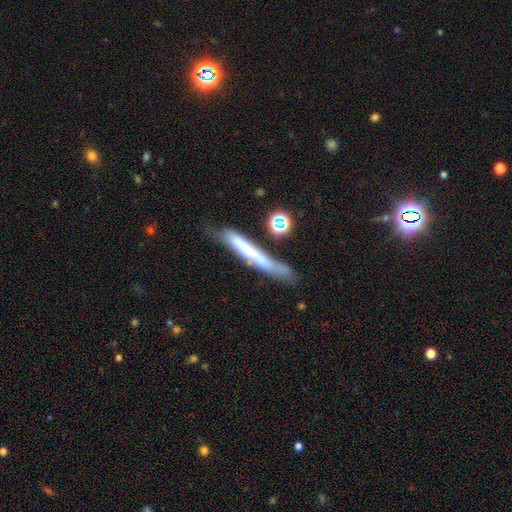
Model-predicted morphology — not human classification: type=smooth (47%); merging=none (58%).